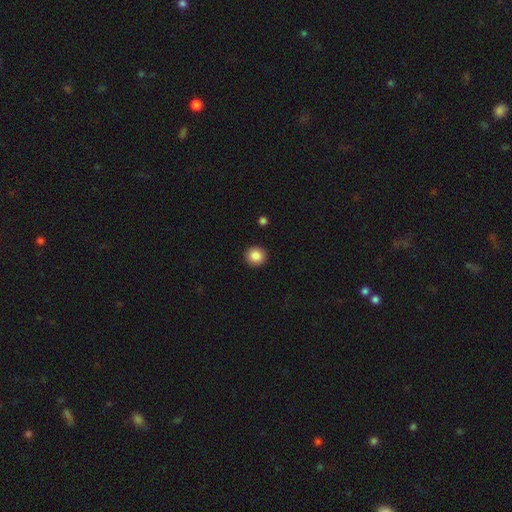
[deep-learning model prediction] smooth_or_featured: smooth (p=0.87) [alt: star or artifact p=0.09]
how_rounded: round (p=0.93) [alt: in between p=0.06]
merging: none (p=0.93) [alt: minor disturbance p=0.05]